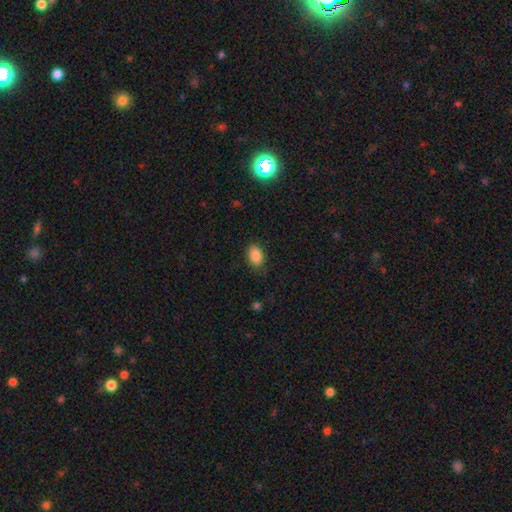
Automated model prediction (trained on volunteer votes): smooth 85%, star or artifact 9%, featured or disk 6%. Down the decision tree: how rounded — in between (86%); merging — none (78%).